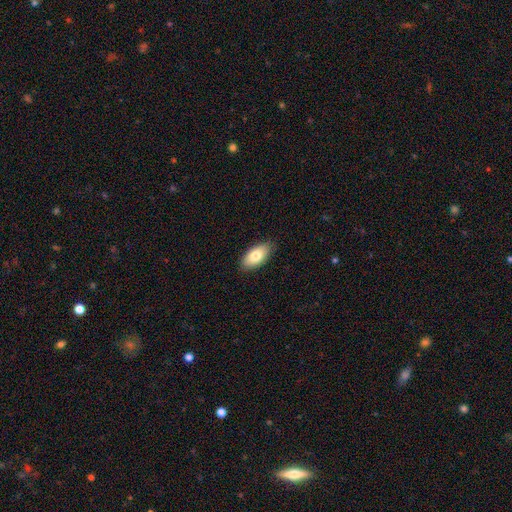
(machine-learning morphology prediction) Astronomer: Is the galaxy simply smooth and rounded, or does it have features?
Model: smooth — 79%.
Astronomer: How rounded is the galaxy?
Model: in between — 92%.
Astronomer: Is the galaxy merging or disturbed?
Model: none — 88%.